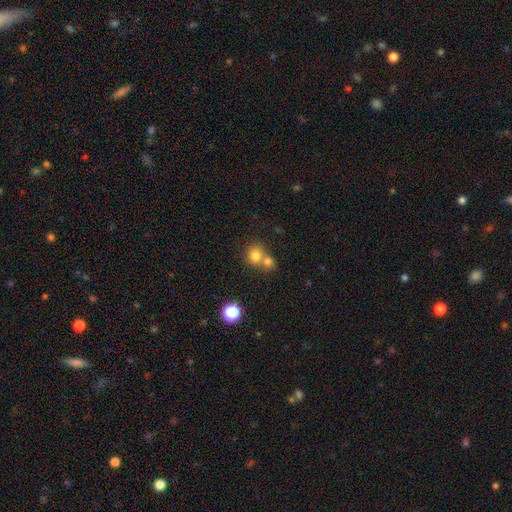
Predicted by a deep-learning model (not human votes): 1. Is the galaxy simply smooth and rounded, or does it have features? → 78% smooth, 13% star or artifact, 9% featured or disk.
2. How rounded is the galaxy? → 83% round, 16% in between, 1% cigar-shaped.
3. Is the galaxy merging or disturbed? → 48% merger, 43% none, 6% minor disturbance, 3% major disturbance.